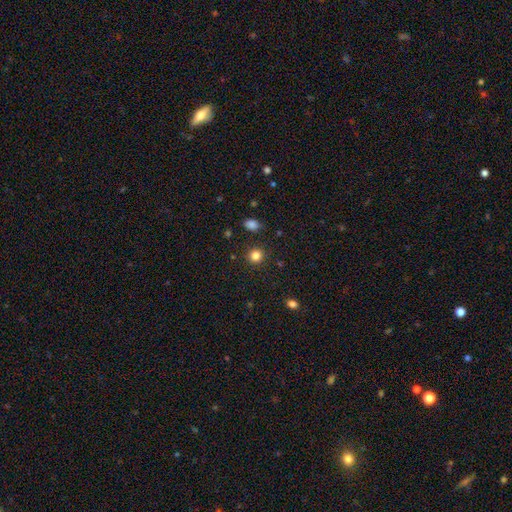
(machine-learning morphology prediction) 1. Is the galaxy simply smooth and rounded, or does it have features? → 83% smooth, 12% star or artifact, 4% featured or disk.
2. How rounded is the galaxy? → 88% round, 11% in between, 1% cigar-shaped.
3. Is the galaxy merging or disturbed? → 90% none, 6% minor disturbance, 2% major disturbance, 2% merger.